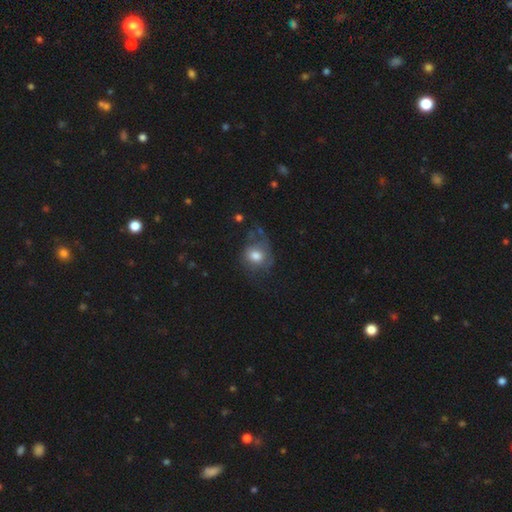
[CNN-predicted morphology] smooth-or-featured: smooth: 67% | featured or disk: 25% | star or artifact: 9%
  how-rounded: round: 65% | in between: 34% | cigar-shaped: 1%
  merging: none: 40% | major disturbance: 30% | minor disturbance: 26% | merger: 4%